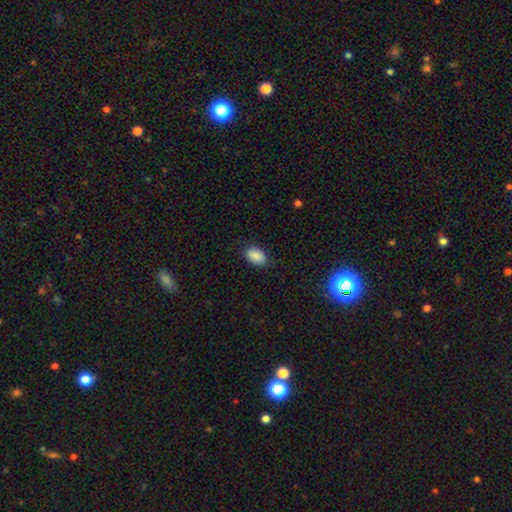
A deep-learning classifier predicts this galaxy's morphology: This is clearly a smooth galaxy (88%). How rounded: clearly in between (90%). Merging: clearly none (82%).